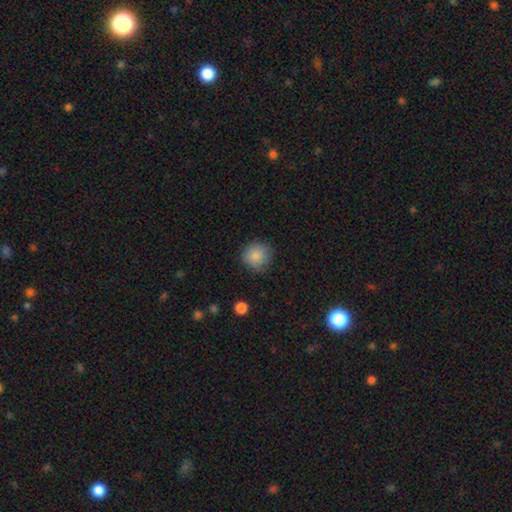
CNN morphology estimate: This appears to be a smooth galaxy with no disk features (86%) that is round (92%). Merging: none (83%).